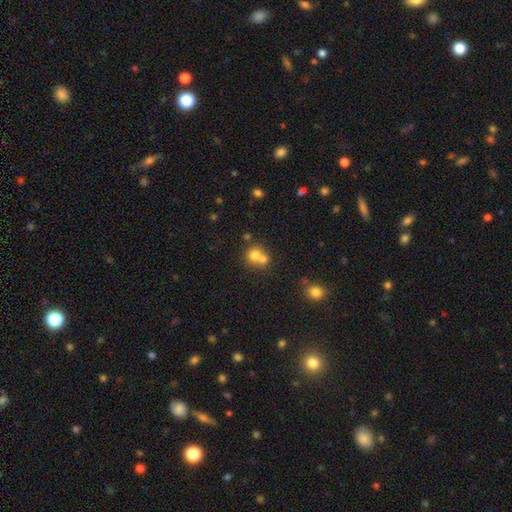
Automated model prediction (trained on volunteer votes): Smooth or featured: smooth — 72% (featured or disk — 16%)
How rounded: round — 81% (in between — 18%)
Merging: merger — 57% (none — 34%)